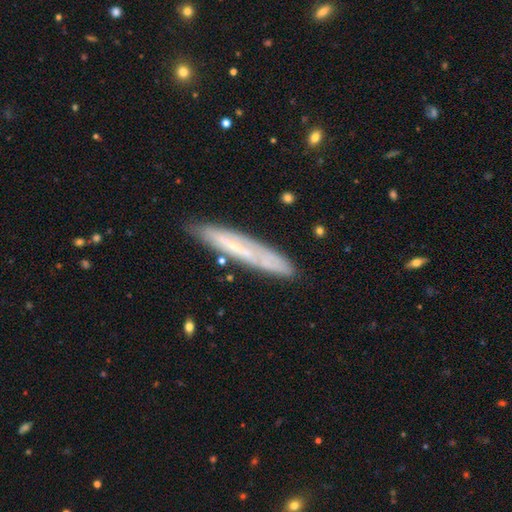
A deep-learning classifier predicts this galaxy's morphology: This is possibly a featured or disk galaxy (49%). Merging: clearly none (82%).